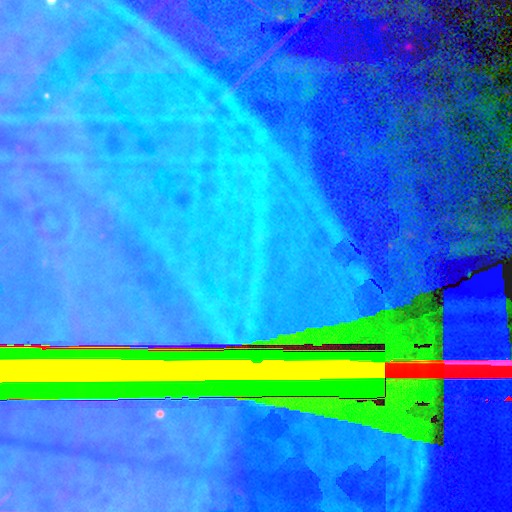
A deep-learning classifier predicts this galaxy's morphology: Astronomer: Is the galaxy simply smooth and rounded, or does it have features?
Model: star or artifact — 88%.